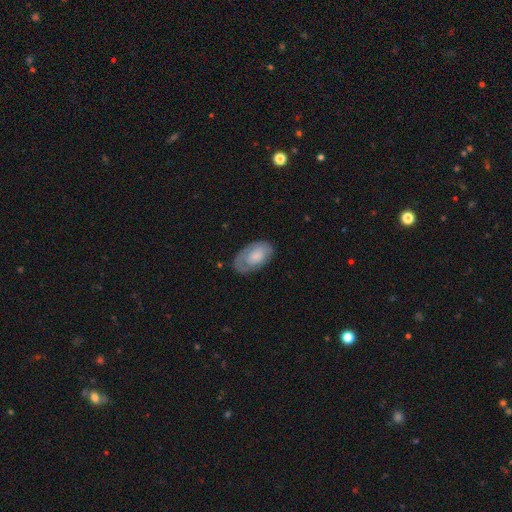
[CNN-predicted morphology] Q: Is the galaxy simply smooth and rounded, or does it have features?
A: smooth — 60%.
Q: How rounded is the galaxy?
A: in between — 94%.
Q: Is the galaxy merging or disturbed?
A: none — 64%.